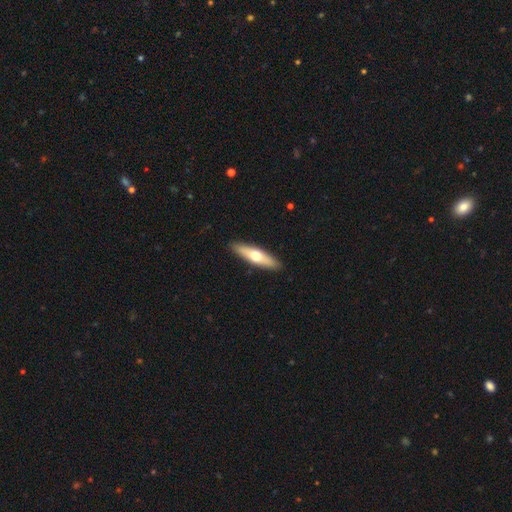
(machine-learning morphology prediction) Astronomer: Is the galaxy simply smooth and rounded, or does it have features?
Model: smooth — 50% (runner-up: featured or disk, 44%).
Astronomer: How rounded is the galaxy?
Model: cigar-shaped — 68%.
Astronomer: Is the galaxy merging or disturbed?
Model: none — 91%.